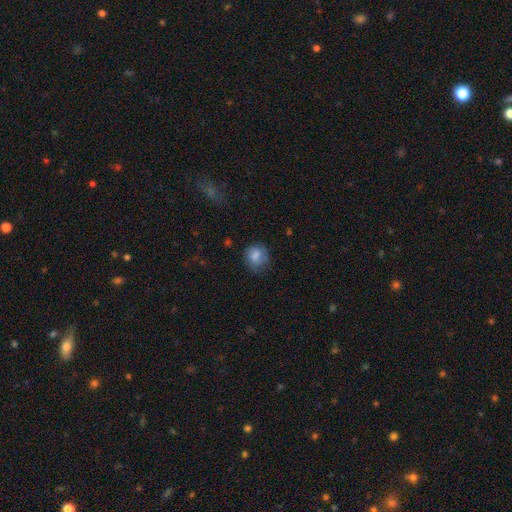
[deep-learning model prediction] smooth 77%, featured or disk 14%, star or artifact 9%. Down the decision tree: how rounded — round (76%); merging — none (67%).